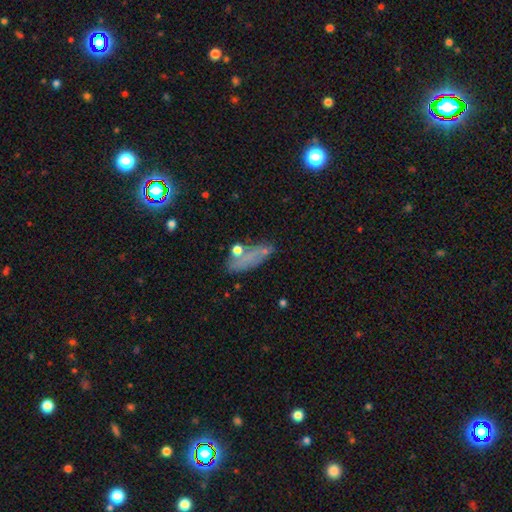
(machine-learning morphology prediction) This is possibly a smooth galaxy (56%). How rounded: possibly in between (59%). Merging: likely none (60%).